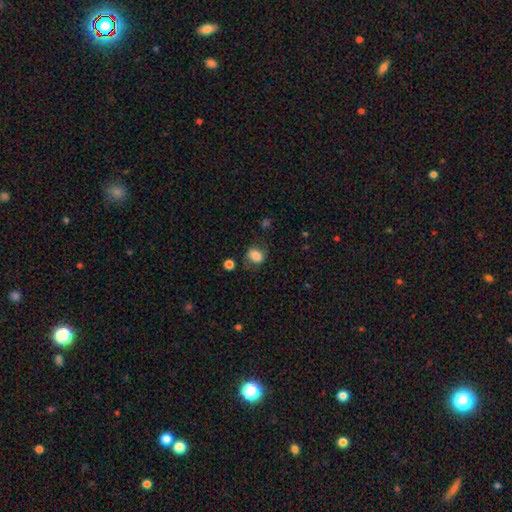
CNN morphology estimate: Overall: smooth (81%). How rounded: in between (61%; round 38%). Merging: none (68%).